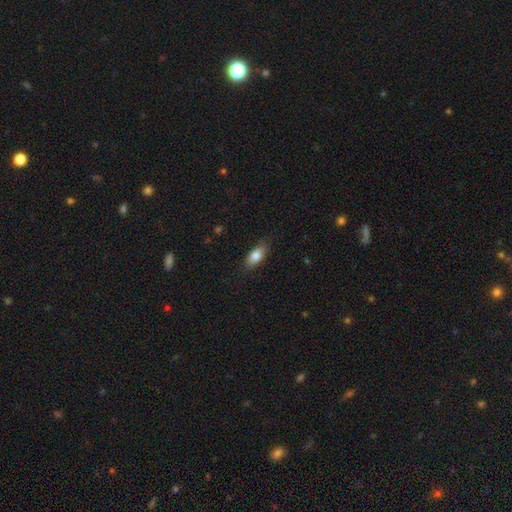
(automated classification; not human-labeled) A smooth galaxy with no disk features (78%) that is in between round and cigar-shaped (83%). Merging: none (80%).